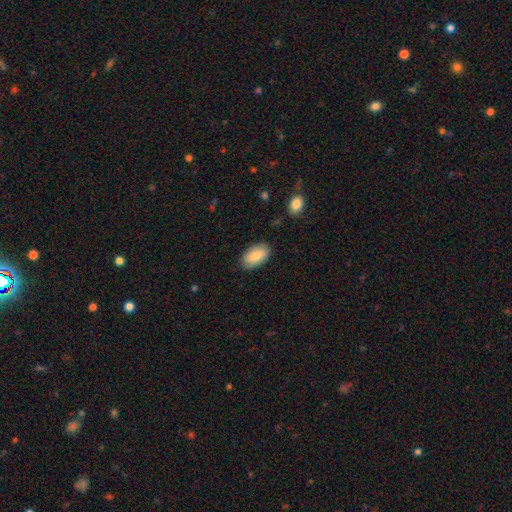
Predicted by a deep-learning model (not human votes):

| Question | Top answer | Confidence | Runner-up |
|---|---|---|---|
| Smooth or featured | smooth | 80% | featured or disk (13%) |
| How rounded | in between | 94% | round (4%) |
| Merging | none | 83% | minor disturbance (13%) |